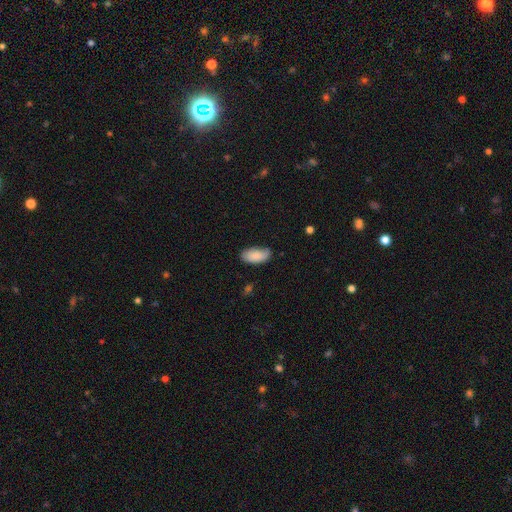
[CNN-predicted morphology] Q: Smooth or featured?
A: smooth (84%); runner-up: featured or disk (10%)
Q: How rounded?
A: in between (94%); runner-up: cigar-shaped (4%)
Q: Merging?
A: none (72%); runner-up: minor disturbance (23%)